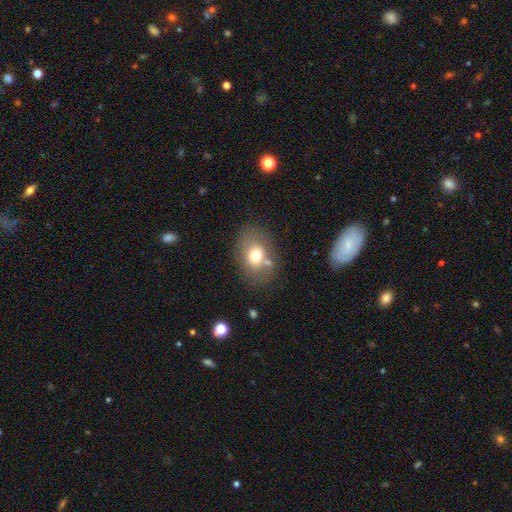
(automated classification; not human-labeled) Smooth or featured?
  - smooth: 70% *
  - featured or disk: 20%
  - star or artifact: 11%
How rounded?
  - in between: 68% *
  - round: 31%
  - cigar-shaped: 1%
Merging?
  - none: 68% *
  - minor disturbance: 16%
  - merger: 10%
  - major disturbance: 6%